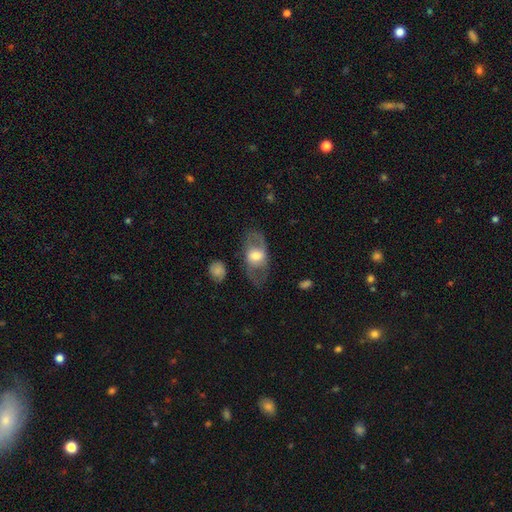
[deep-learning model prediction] This is possibly a featured or disk galaxy (54%). It is clearly not viewed edge-on (86%). Merging: likely none (70%).